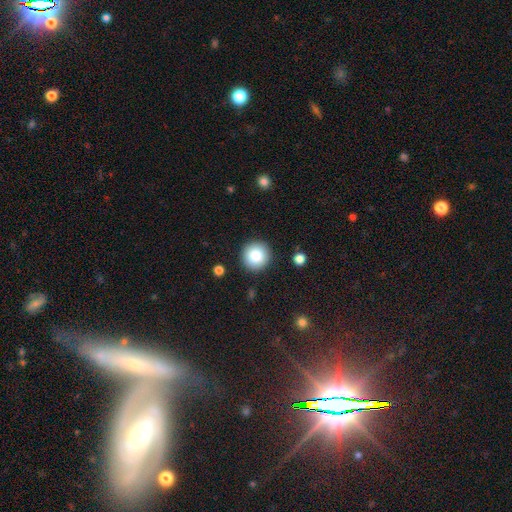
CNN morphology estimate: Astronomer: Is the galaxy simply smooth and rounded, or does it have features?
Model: smooth — 83%.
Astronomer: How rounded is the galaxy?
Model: round — 95%.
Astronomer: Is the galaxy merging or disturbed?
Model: none — 91%.